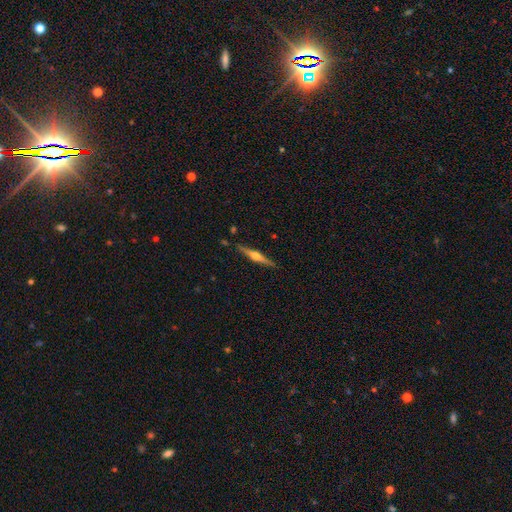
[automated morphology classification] Smooth or featured?
  - featured or disk: 74% *
  - smooth: 20%
  - star or artifact: 6%
Edge-on disk?
  - yes: 98% *
  - no: 2%
Edge-on bulge?
  - rounded: 89% *
  - boxy: 7%
  - none: 4%
Merging?
  - none: 88% *
  - minor disturbance: 8%
  - merger: 2%
  - major disturbance: 2%